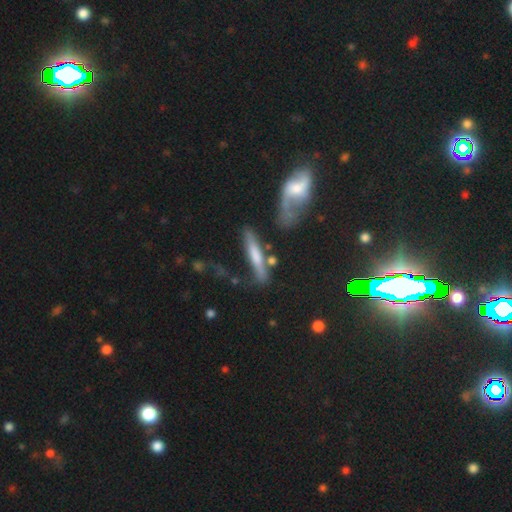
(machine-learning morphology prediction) Overall: smooth (50%; featured or disk 41%). How rounded: cigar-shaped (87%). Merging: none (61%).